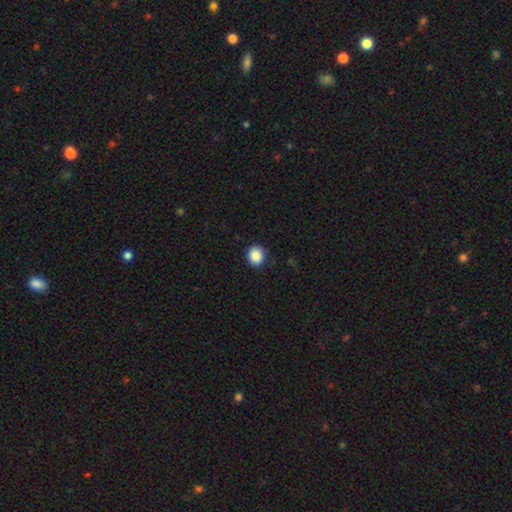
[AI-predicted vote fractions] Morphology: type=smooth (88%); roundness=round (81%); merging=none (88%).